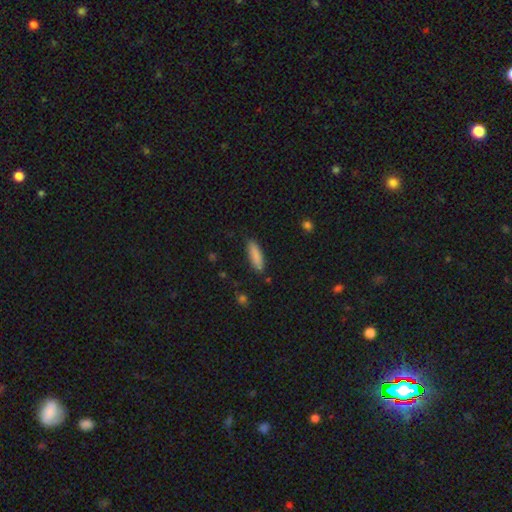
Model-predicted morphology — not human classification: The model was most divided on "how rounded": cigar-shaped: 60%, in between: 39%, round: 1%. More confident: smooth or featured — smooth (87%); merging — none (86%).